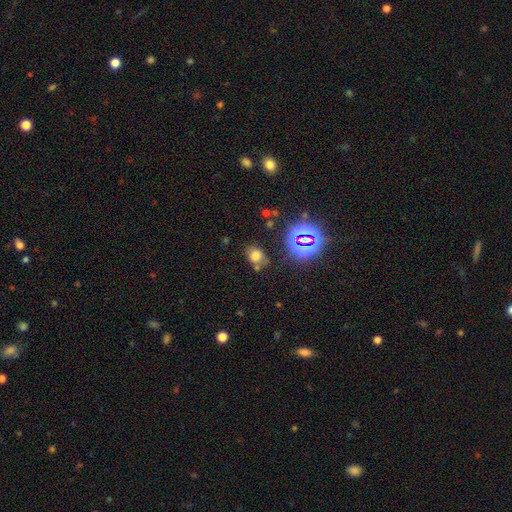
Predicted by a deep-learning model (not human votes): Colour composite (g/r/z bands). It shows a smooth galaxy with no disk features (65%) that is in between round and cigar-shaped (51%). Merging: none (62%).